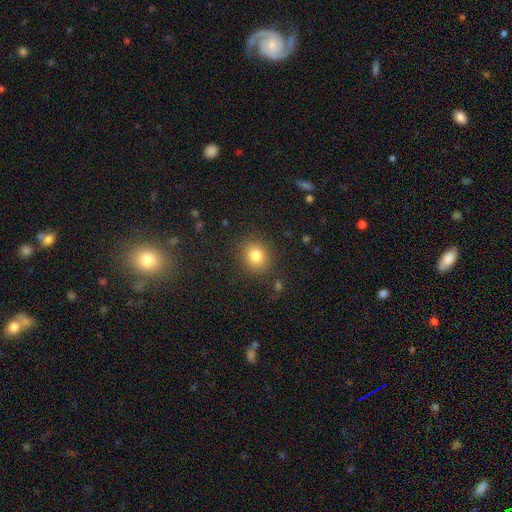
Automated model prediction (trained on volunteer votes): A smooth galaxy with no disk features (81%) that is round (81%).

Vote fractions:
- Smooth or featured? smooth: 81% / star or artifact: 12% / featured or disk: 7%
- How rounded? round: 81% / in between: 18% / cigar-shaped: 1%
- Merging? none: 86% / minor disturbance: 9% / major disturbance: 3% / merger: 2%